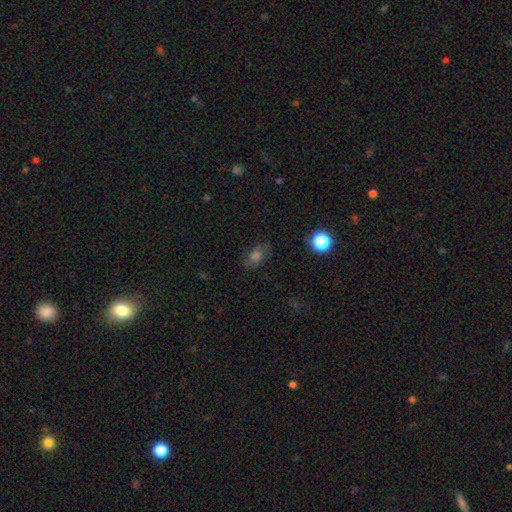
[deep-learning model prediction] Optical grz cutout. It shows a smooth galaxy with no disk features (49%). Merging: none (78%).